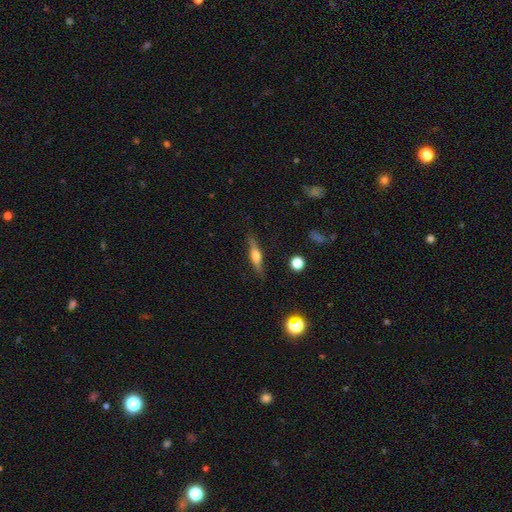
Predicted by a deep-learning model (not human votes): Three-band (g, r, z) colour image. It shows a featured or disk galaxy (57%) viewed edge-on (95%) with a rounded central bulge (84%). Merging: none (84%).